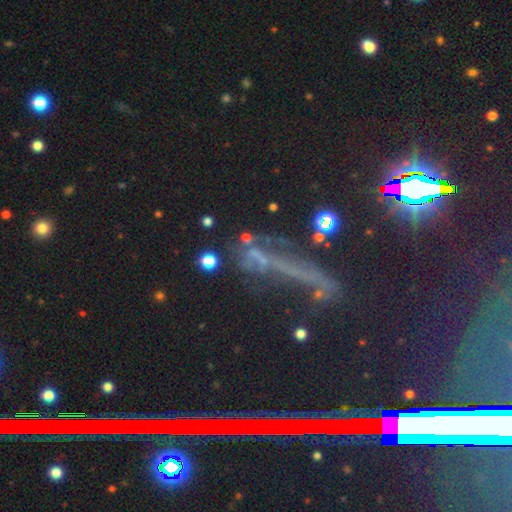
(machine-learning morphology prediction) star or artifact 47%, featured or disk 28%, smooth 25%.